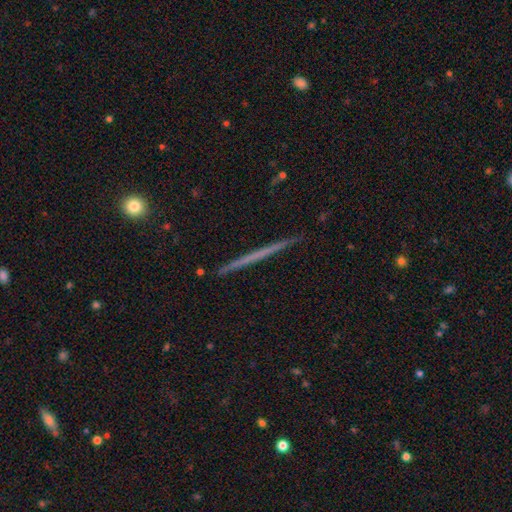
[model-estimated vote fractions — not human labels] This is possibly a featured or disk galaxy (58%). It is clearly viewed edge-on (98%). Edge-on bulge: clearly none (92%). Merging: clearly none (92%).